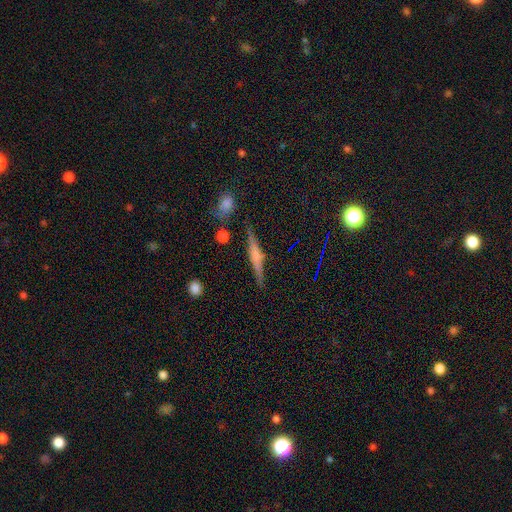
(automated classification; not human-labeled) Smooth or featured: featured or disk — 62% (smooth — 28%)
Edge-on disk: yes — 96% (no — 4%)
Edge-on bulge: rounded — 59% (boxy — 25%)
Merging: none — 84% (minor disturbance — 10%)